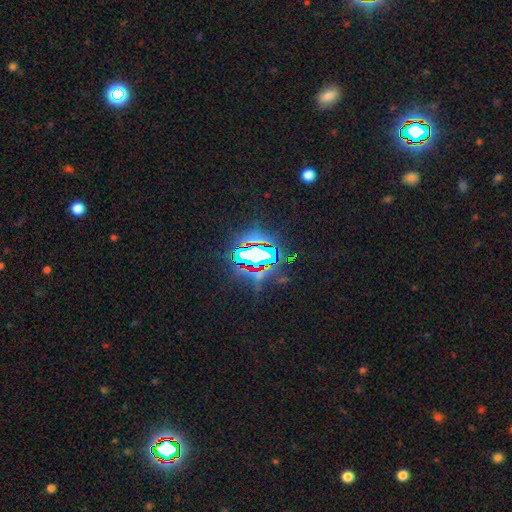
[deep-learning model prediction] A star or artifact, not a galaxy (69%).